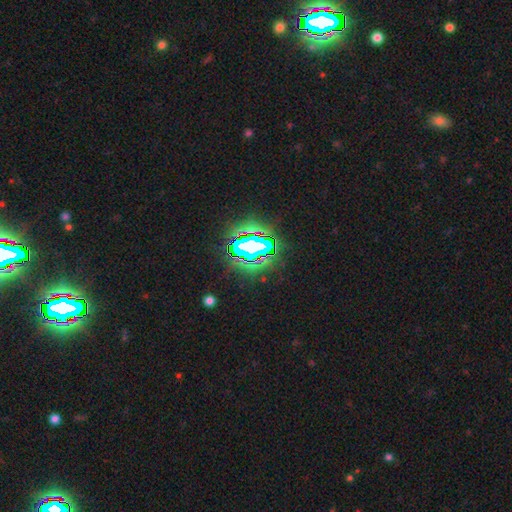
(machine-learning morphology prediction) A star or artifact, not a galaxy (78%).

Vote fractions:
- Smooth or featured? star or artifact: 78% / smooth: 11% / featured or disk: 11%